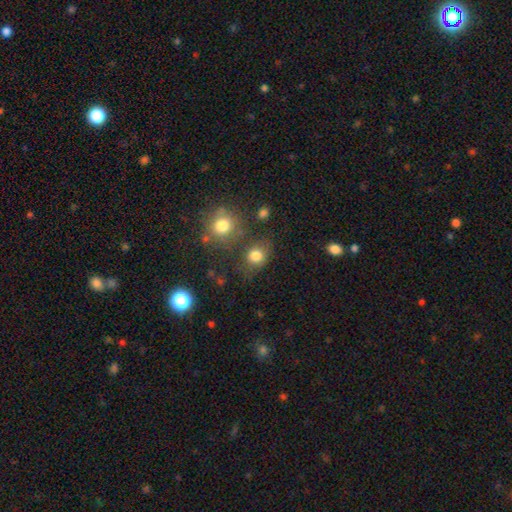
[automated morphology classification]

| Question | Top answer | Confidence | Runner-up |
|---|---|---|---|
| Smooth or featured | smooth | 80% | star or artifact (13%) |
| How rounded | round | 67% | in between (31%) |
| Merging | none | 64% | minor disturbance (17%) |